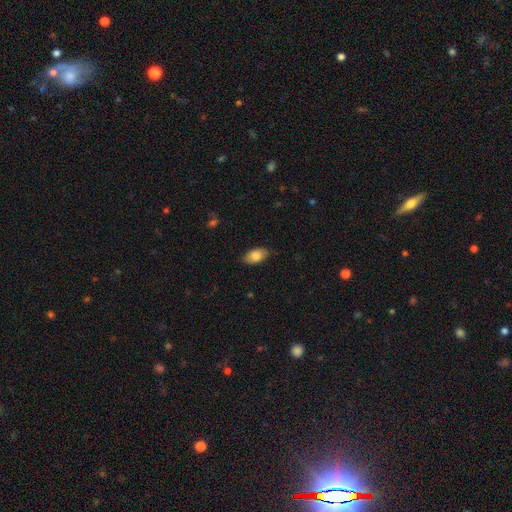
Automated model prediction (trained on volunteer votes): smooth-or-featured: smooth: 82% | featured or disk: 11% | star or artifact: 7%
  how-rounded: in between: 92% | round: 6% | cigar-shaped: 2%
  merging: none: 83% | minor disturbance: 13% | major disturbance: 2% | merger: 1%